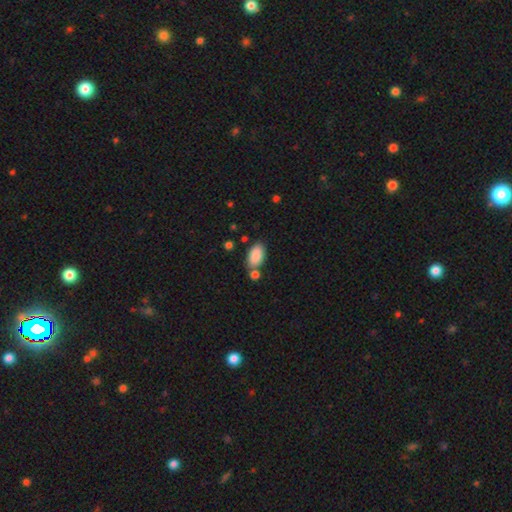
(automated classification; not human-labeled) Smooth or featured? Predicted: smooth (p=0.88). How rounded? Predicted: in between (p=0.94). Merging? Predicted: none (p=0.66).